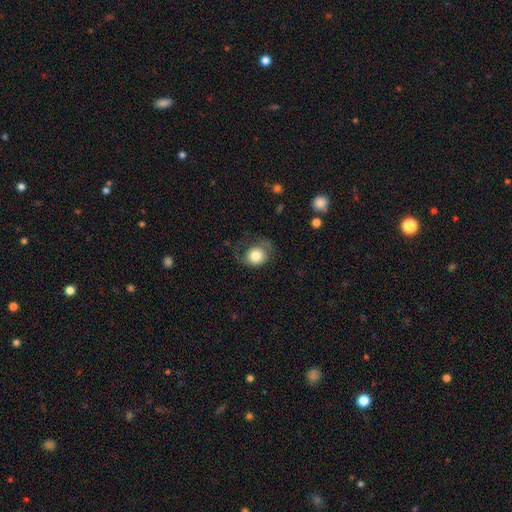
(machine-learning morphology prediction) Overall: smooth (78%). How rounded: round (67%; in between 32%). Merging: none (47%; minor disturbance 28%).